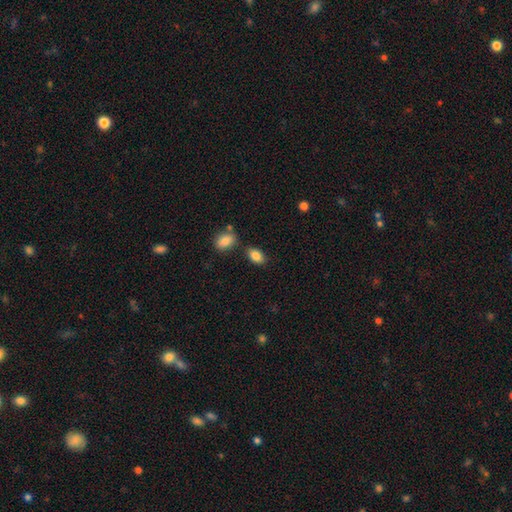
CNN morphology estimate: Overall: smooth (86%). How rounded: in between (90%). Merging: none (77%).